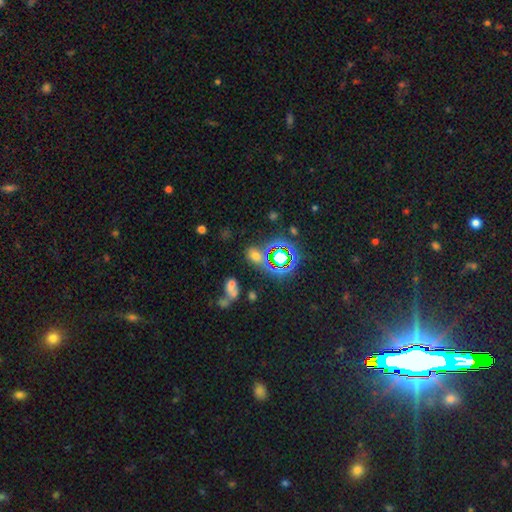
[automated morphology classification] Smooth or featured?
  - smooth: 47% *
  - star or artifact: 42%
  - featured or disk: 11%
Merging?
  - none: 61% *
  - merger: 16%
  - minor disturbance: 14%
  - major disturbance: 9%